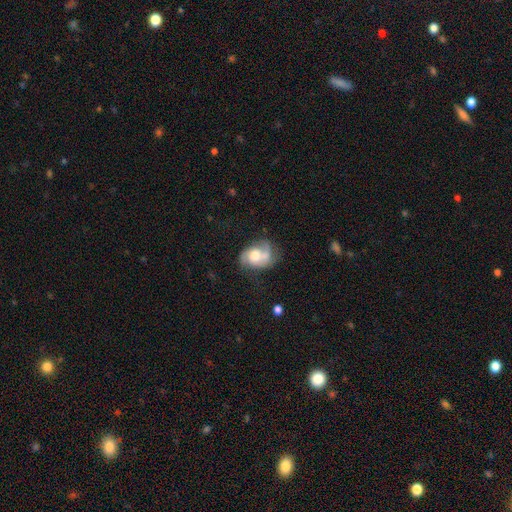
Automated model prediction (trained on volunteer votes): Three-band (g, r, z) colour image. It shows a featured or disk galaxy (64%) with no bar (71%), 2 (70%) medium (44%) spiral arms (83%) and a moderate central bulge (59%). Merging: none (40%).